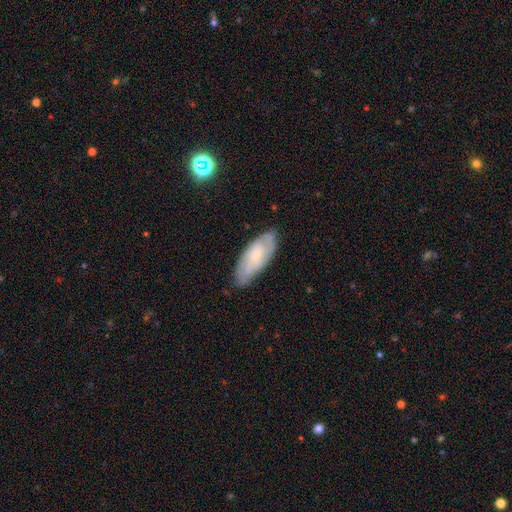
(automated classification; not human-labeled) Smooth or featured?
  - featured or disk: 49% *
  - smooth: 44%
  - star or artifact: 7%
Merging?
  - none: 73% *
  - minor disturbance: 21%
  - major disturbance: 4%
  - merger: 1%